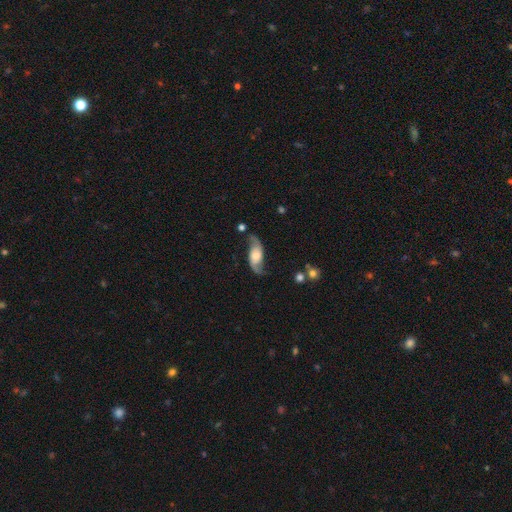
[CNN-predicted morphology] A featured or disk galaxy (80%) with no bar (59%), 2 (92%) loose (71%) spiral arms (94%) and a moderate central bulge (51%). Merging: none (68%).